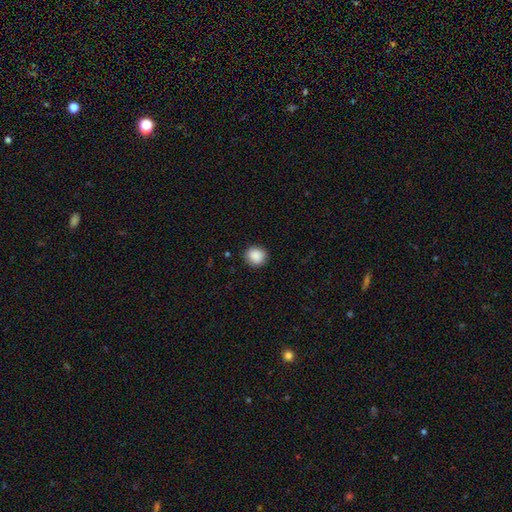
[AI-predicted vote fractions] smooth-or-featured: smooth: 89% | star or artifact: 8% | featured or disk: 3%
  how-rounded: round: 81% | in between: 18% | cigar-shaped: 1%
  merging: none: 87% | minor disturbance: 10% | major disturbance: 2% | merger: 1%